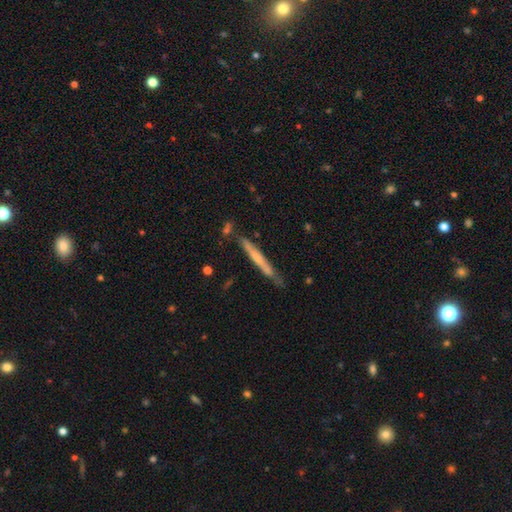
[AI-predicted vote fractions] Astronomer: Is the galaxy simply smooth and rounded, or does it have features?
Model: featured or disk — 62%.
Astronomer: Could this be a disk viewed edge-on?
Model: yes — 94%.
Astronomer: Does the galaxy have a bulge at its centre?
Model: none — 48% (runner-up: rounded, 43%).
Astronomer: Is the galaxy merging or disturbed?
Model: none — 78%.